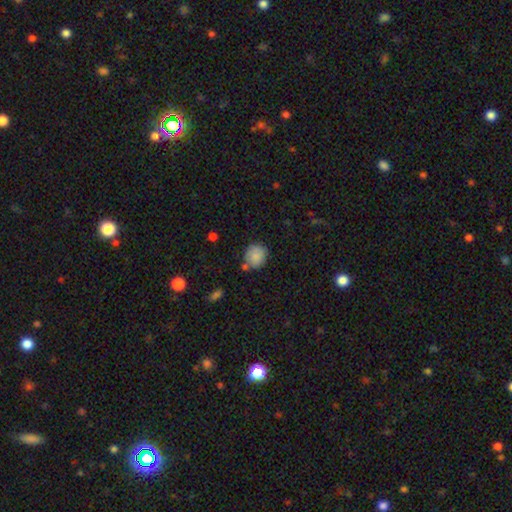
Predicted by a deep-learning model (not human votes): Smooth or featured: smooth — 87% (star or artifact — 8%)
How rounded: round — 82% (in between — 17%)
Merging: none — 69% (minor disturbance — 16%)